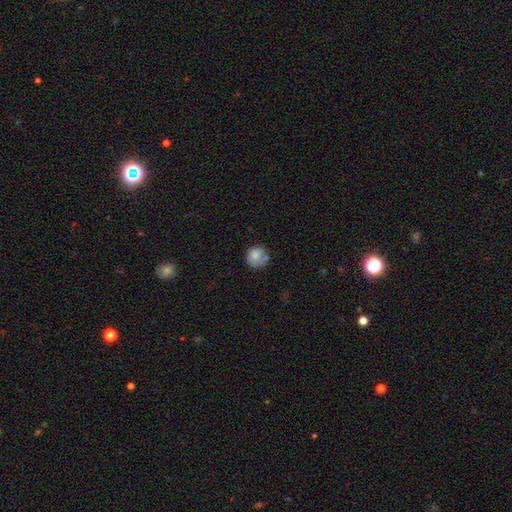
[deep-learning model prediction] smooth 77%, featured or disk 14%, star or artifact 8%. Down the decision tree: how rounded — round (85%); merging — none (59%).